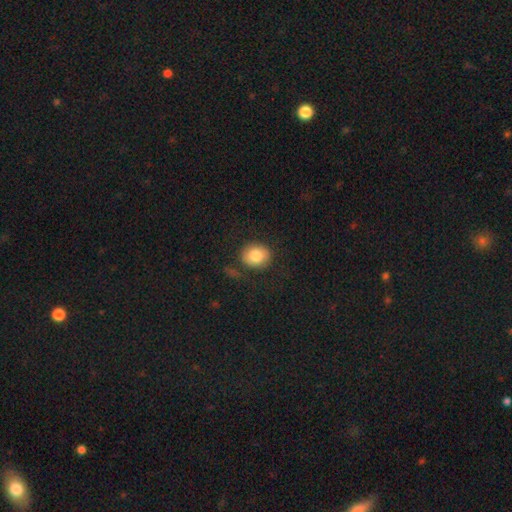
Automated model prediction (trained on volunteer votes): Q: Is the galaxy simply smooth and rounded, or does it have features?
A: smooth — 82%.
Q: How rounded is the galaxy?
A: round — 72%.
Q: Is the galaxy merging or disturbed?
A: none — 78%.